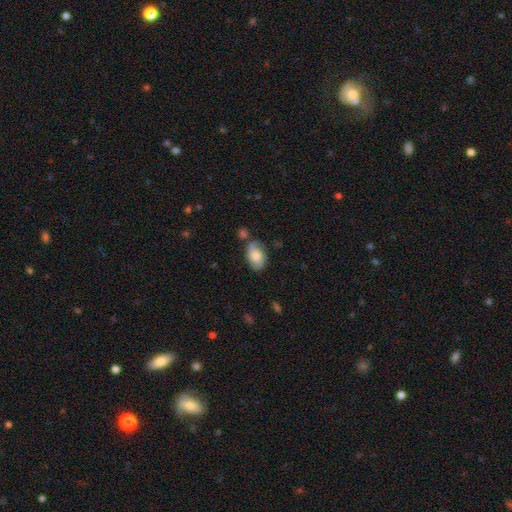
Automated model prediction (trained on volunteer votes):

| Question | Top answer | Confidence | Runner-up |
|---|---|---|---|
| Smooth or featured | smooth | 73% | featured or disk (20%) |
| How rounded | in between | 88% | round (10%) |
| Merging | none | 59% | minor disturbance (25%) |